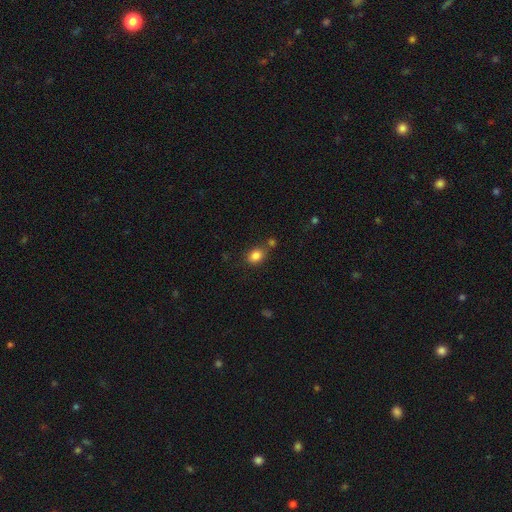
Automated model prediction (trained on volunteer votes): A smooth galaxy with no disk features (84%) that is in between round and cigar-shaped (53%).

Vote fractions:
- Smooth or featured? smooth: 84% / star or artifact: 11% / featured or disk: 5%
- How rounded? in between: 53% / round: 46% / cigar-shaped: 1%
- Merging? none: 66% / merger: 16% / minor disturbance: 13% / major disturbance: 4%